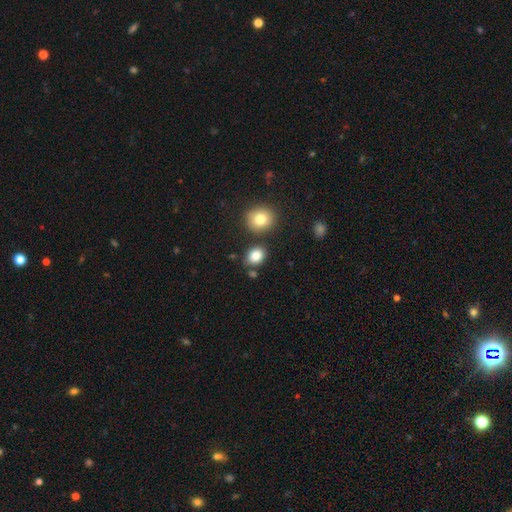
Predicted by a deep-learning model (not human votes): Smooth or featured? smooth (85%)
How rounded? in between (54%)
Merging? none (77%)